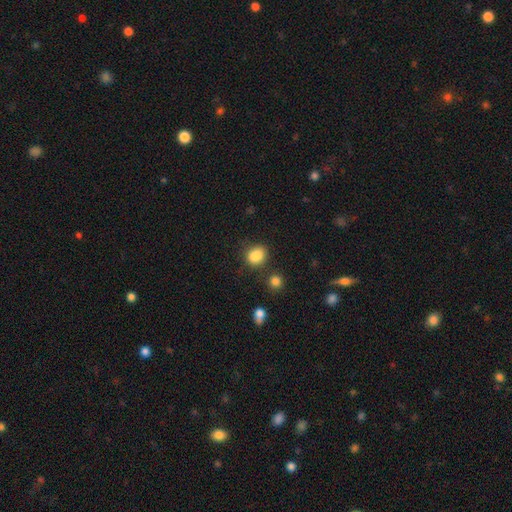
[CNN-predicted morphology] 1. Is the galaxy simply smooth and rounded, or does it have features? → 86% smooth, 10% star or artifact, 4% featured or disk.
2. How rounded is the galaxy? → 50% in between, 49% round, 1% cigar-shaped.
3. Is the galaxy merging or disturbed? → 71% none, 17% minor disturbance, 7% merger, 5% major disturbance.